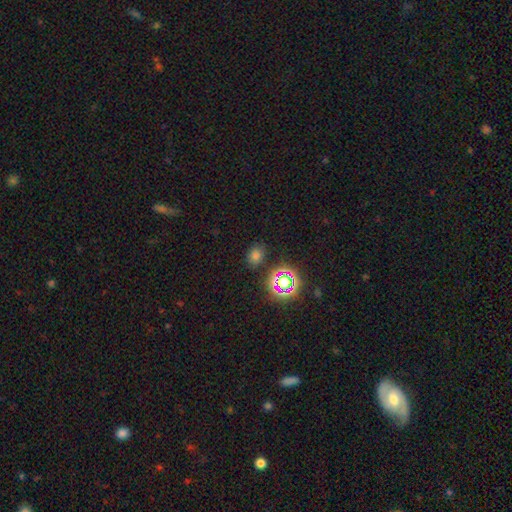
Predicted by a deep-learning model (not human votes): Smooth or featured? Predicted: smooth (p=0.65). How rounded? Predicted: in between (p=0.55). Merging? Predicted: none (p=0.83).